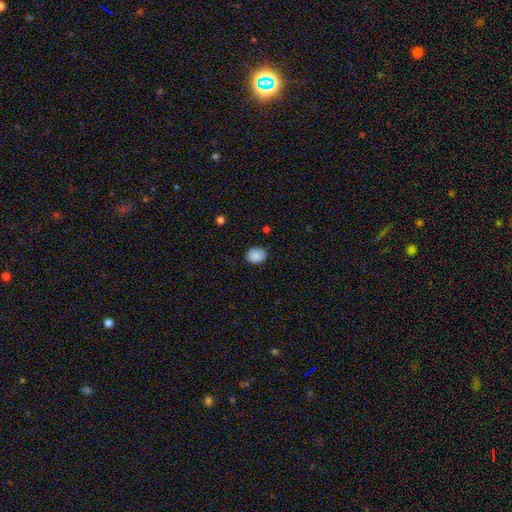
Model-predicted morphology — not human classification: Overall: smooth (88%). How rounded: in between (50%; round 49%). Merging: none (79%).